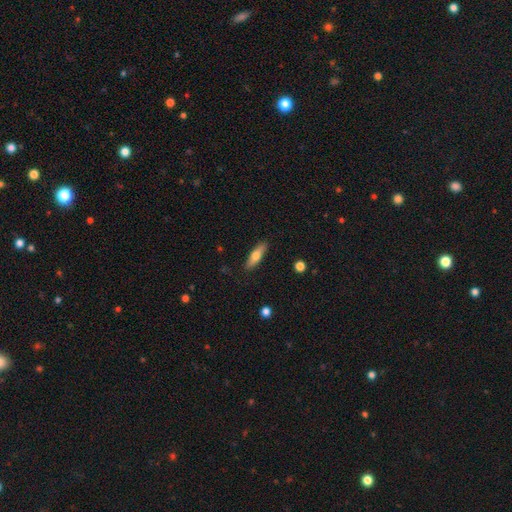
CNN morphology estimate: smooth-or-featured: smooth: 67% | featured or disk: 27% | star or artifact: 6%
  how-rounded: cigar-shaped: 58% | in between: 39% | round: 2%
  merging: none: 86% | minor disturbance: 10% | major disturbance: 2% | merger: 1%